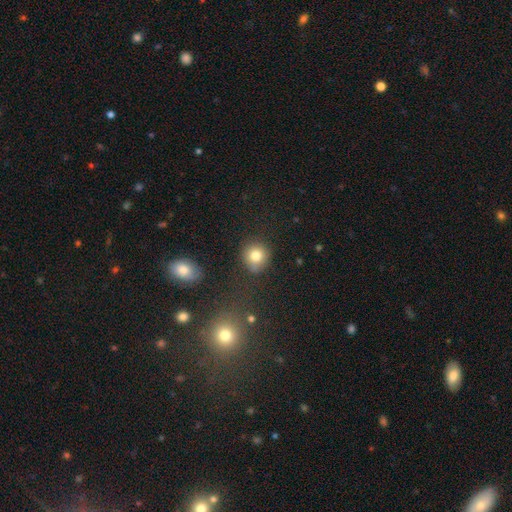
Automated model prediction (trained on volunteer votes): Smooth or featured: smooth — 80% (star or artifact — 11%)
How rounded: round — 88% (in between — 11%)
Merging: none — 79% (minor disturbance — 13%)